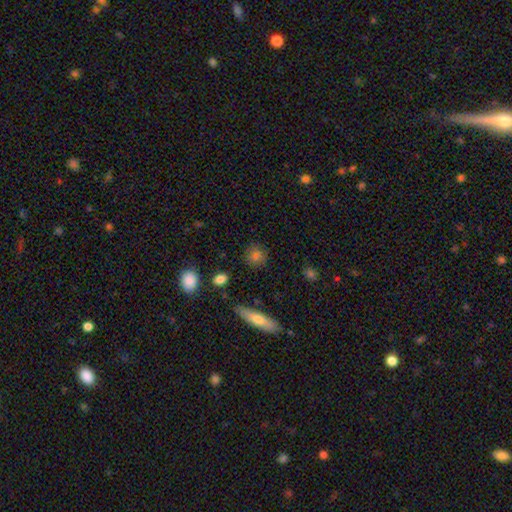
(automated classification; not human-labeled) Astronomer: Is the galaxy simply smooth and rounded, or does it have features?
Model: smooth — 80%.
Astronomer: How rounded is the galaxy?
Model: round — 79%.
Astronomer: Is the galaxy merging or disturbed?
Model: none — 83%.